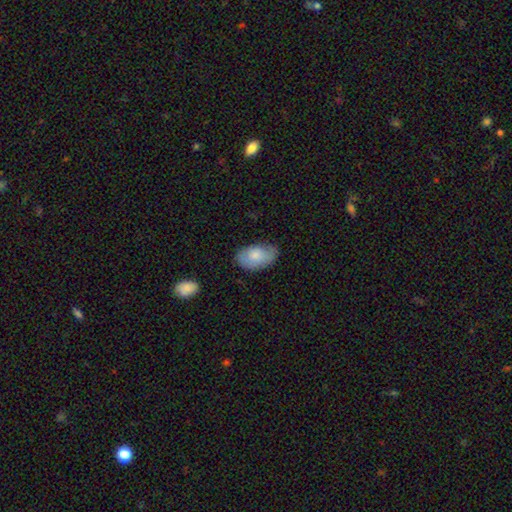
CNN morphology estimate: smooth_or_featured: smooth (p=0.74) [alt: featured or disk p=0.20]
how_rounded: in between (p=0.93) [alt: round p=0.06]
merging: none (p=0.66) [alt: minor disturbance p=0.26]